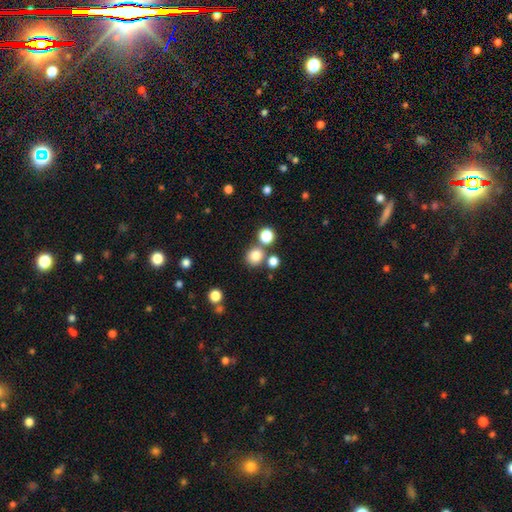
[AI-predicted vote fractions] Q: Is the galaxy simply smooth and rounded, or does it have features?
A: smooth — 81%.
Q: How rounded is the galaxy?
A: round — 88%.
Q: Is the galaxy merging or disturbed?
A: none — 72%.